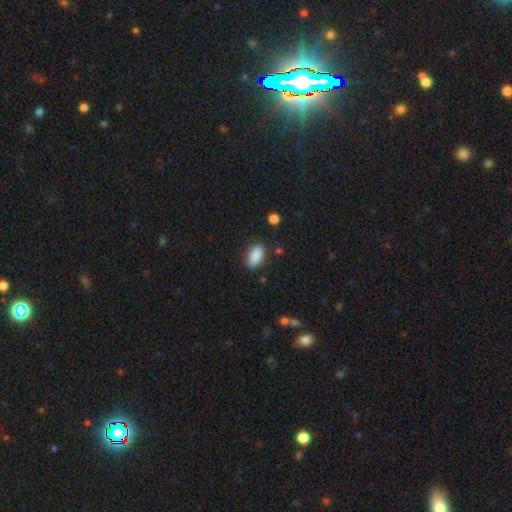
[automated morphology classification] smooth 87%, star or artifact 7%, featured or disk 6%. Down the decision tree: how rounded — in between (85%); merging — none (83%).